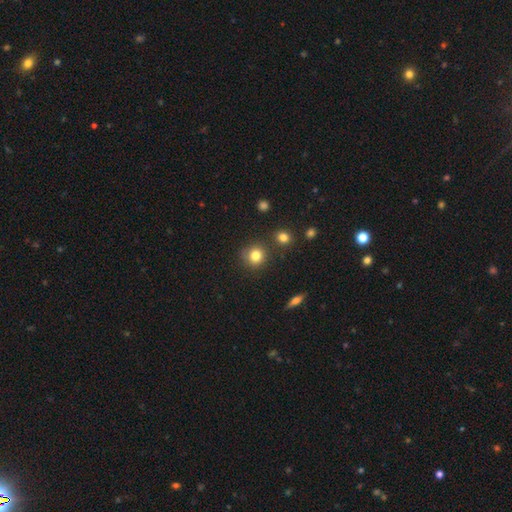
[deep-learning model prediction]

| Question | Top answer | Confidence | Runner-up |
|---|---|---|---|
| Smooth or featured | smooth | 82% | star or artifact (12%) |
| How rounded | round | 89% | in between (10%) |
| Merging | none | 83% | minor disturbance (9%) |